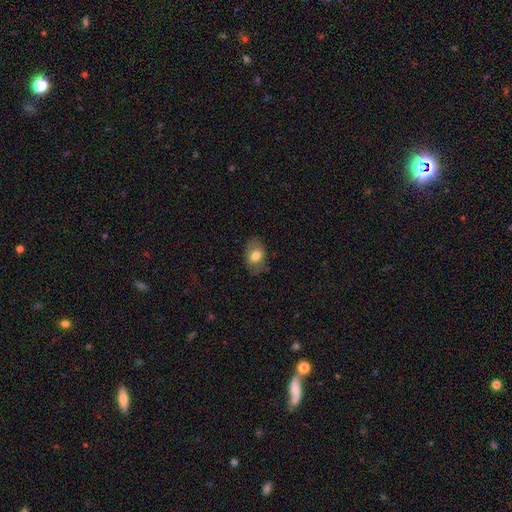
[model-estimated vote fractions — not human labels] Smooth or featured: smooth — 75% (featured or disk — 17%)
How rounded: in between — 79% (round — 20%)
Merging: none — 77% (minor disturbance — 17%)